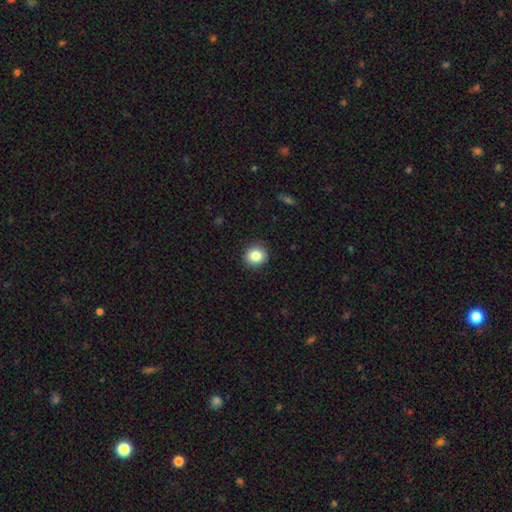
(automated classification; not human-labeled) This appears to be a smooth galaxy with no disk features (84%) that is round (84%). Merging: none (91%).